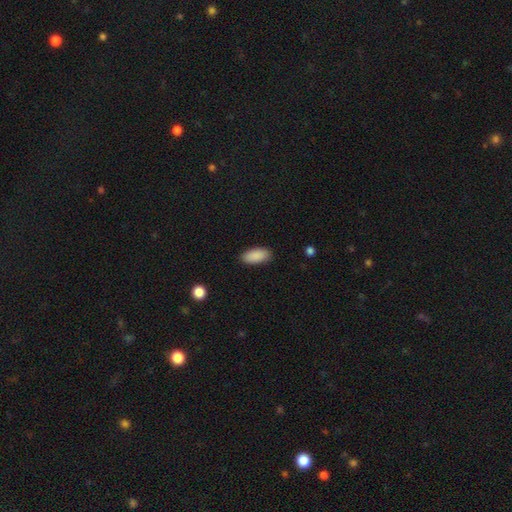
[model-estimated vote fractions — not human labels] smooth 90%, star or artifact 6%, featured or disk 4%. Down the decision tree: how rounded — in between (91%); merging — none (87%).